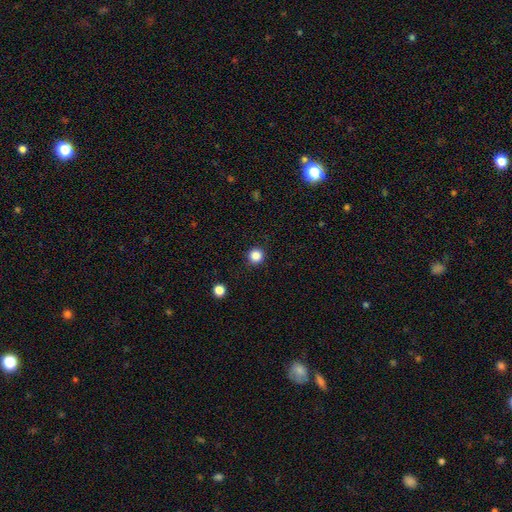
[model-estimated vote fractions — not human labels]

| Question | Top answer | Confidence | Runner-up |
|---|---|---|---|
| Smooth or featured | smooth | 86% | star or artifact (12%) |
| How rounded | round | 95% | in between (4%) |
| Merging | none | 91% | minor disturbance (6%) |